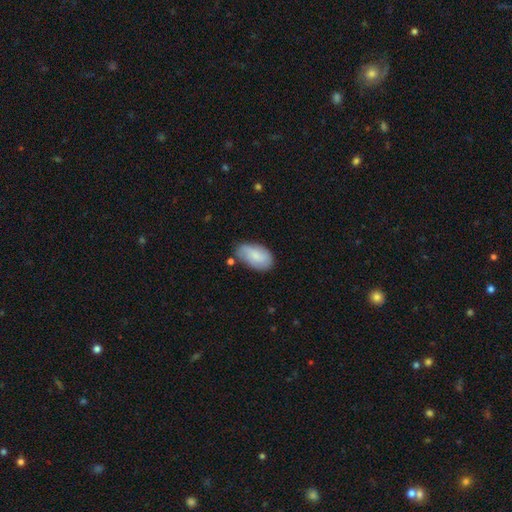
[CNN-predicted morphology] Overall: smooth (69%). How rounded: in between (94%). Merging: none (61%; minor disturbance 27%).